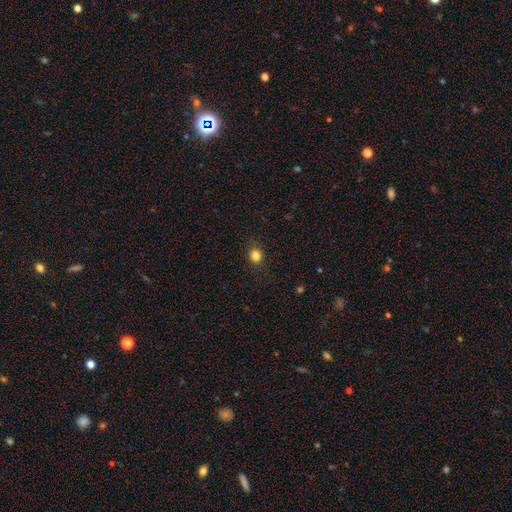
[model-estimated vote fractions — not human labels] This appears to be a smooth galaxy with no disk features (83%) that is round (79%). Merging: none (88%).